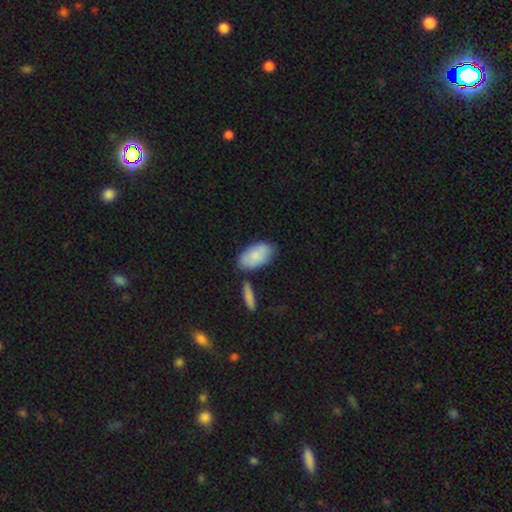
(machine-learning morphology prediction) Smooth or featured: smooth — 82% (featured or disk — 13%)
How rounded: in between — 94% (round — 3%)
Merging: none — 66% (minor disturbance — 17%)